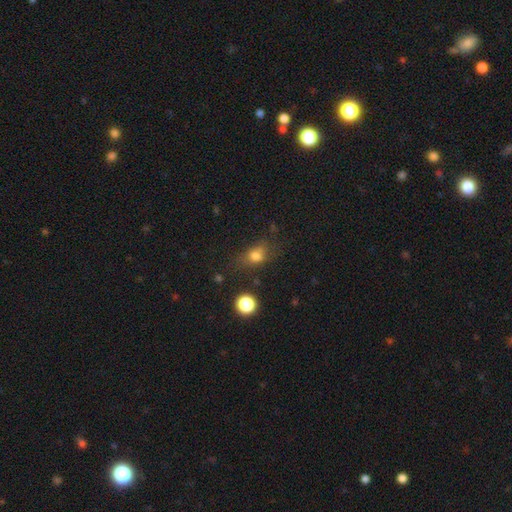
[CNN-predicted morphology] Q: Smooth or featured?
A: smooth (72%); runner-up: star or artifact (16%)
Q: How rounded?
A: in between (58%); runner-up: round (38%)
Q: Merging?
A: none (51%); runner-up: minor disturbance (25%)